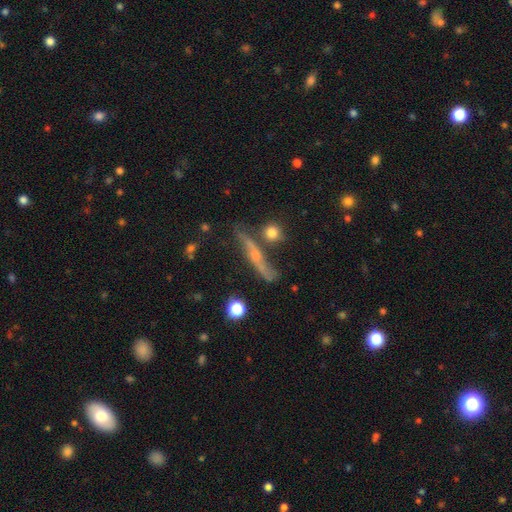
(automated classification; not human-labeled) Morphology: type=featured or disk (63%); edge-on=yes (81%); edge-on bulge=rounded (63%); merging=none (63%).